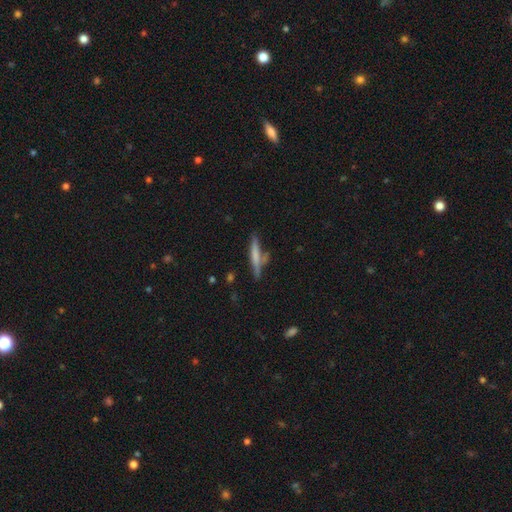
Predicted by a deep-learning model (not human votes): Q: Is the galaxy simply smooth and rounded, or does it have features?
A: smooth — 57%.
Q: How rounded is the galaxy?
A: cigar-shaped — 92%.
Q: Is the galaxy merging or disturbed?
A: none — 67%.